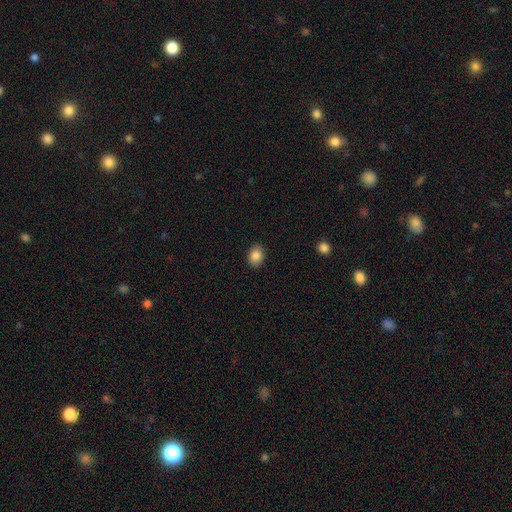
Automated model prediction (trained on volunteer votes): Smooth or featured?
  - smooth: 86% *
  - star or artifact: 9%
  - featured or disk: 5%
How rounded?
  - in between: 63% *
  - round: 36%
  - cigar-shaped: 1%
Merging?
  - none: 89% *
  - minor disturbance: 8%
  - major disturbance: 2%
  - merger: 1%